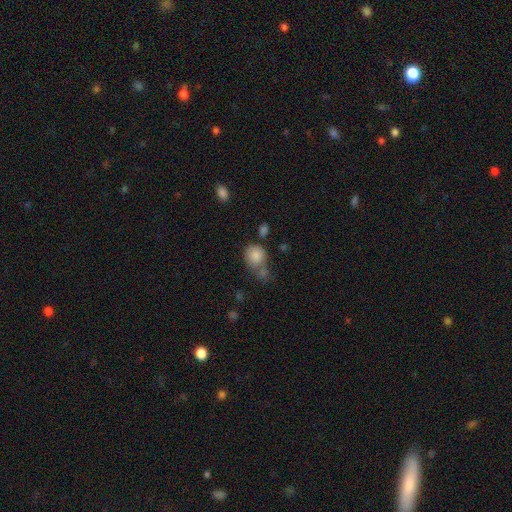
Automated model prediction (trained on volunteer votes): Smooth or featured? smooth (84%)
How rounded? round (69%)
Merging? none (45%)